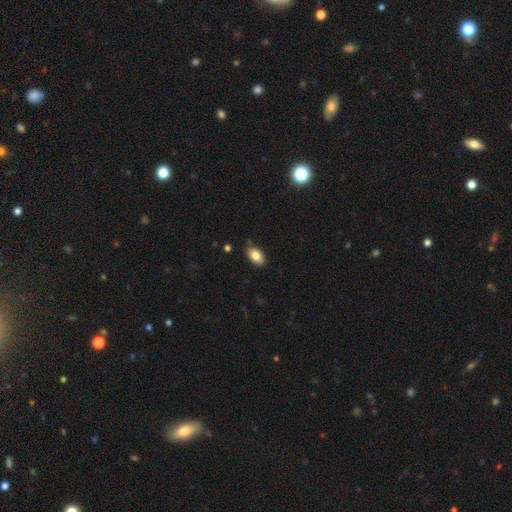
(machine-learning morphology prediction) Smooth or featured?
  - smooth: 83% *
  - featured or disk: 9%
  - star or artifact: 8%
How rounded?
  - in between: 92% *
  - round: 6%
  - cigar-shaped: 2%
Merging?
  - none: 83% *
  - minor disturbance: 13%
  - major disturbance: 2%
  - merger: 2%